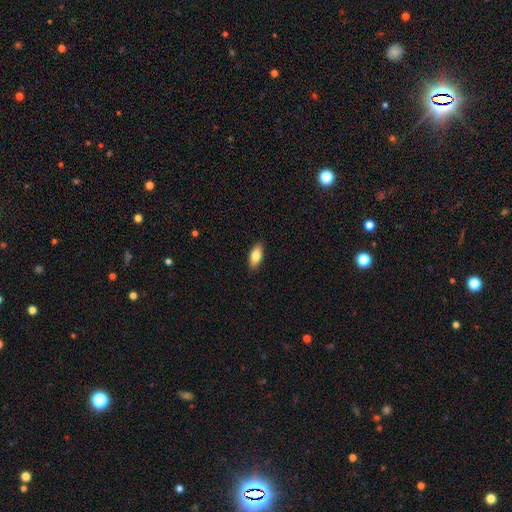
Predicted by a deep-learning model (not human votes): Smooth or featured: smooth — 79% (featured or disk — 14%)
How rounded: in between — 85% (cigar-shaped — 12%)
Merging: none — 88% (minor disturbance — 9%)